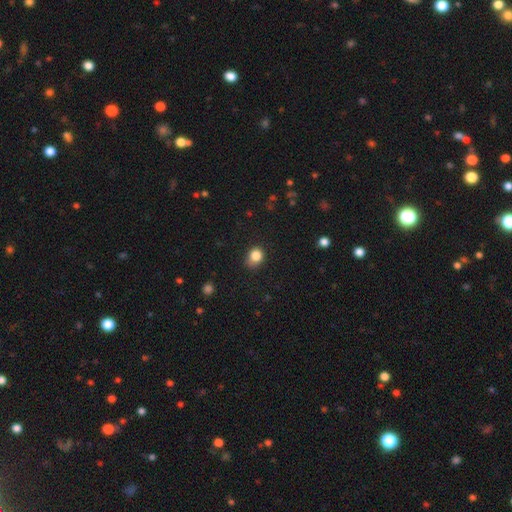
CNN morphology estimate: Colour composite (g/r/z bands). It shows a smooth galaxy with no disk features (84%) that is round (64%). Merging: none (64%).